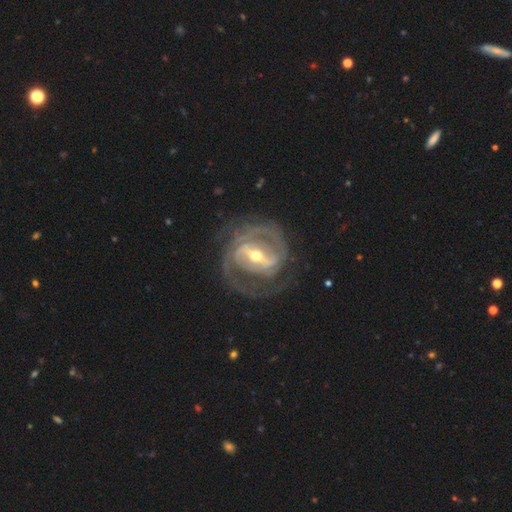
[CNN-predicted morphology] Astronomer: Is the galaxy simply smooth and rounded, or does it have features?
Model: featured or disk — 91%.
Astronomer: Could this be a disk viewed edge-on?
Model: no — 96%.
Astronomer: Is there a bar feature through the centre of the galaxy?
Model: strong — 66%.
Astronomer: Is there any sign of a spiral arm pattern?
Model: yes — 95%.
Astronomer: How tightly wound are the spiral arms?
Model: tight — 50% (runner-up: medium, 40%).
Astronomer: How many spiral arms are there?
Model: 2 — 60%.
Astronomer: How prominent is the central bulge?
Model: moderate — 55% (runner-up: small, 40%).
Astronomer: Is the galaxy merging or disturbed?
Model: none — 71%.